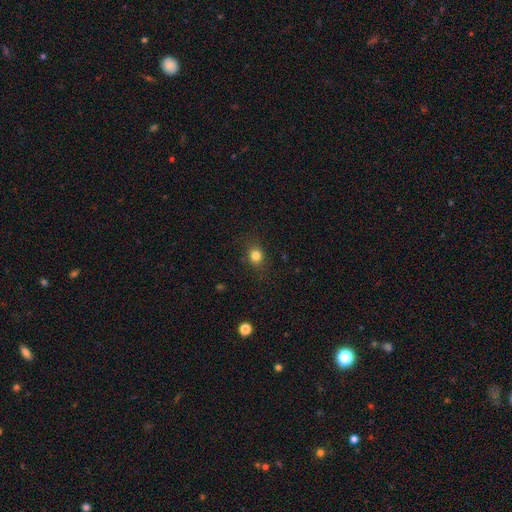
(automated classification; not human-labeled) Overall: smooth (82%). How rounded: round (66%; in between 32%). Merging: none (84%).